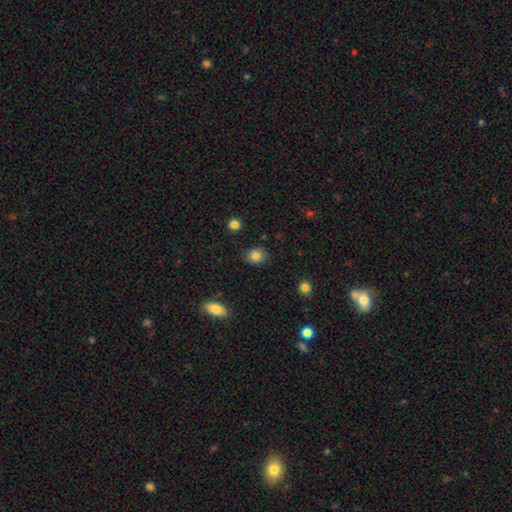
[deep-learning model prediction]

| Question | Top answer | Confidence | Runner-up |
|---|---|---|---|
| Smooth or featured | smooth | 83% | star or artifact (10%) |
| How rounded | round | 58% | in between (41%) |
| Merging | none | 80% | minor disturbance (15%) |